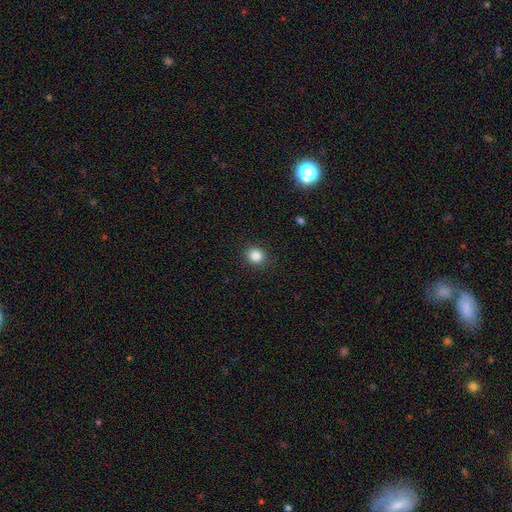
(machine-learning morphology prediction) smooth_or_featured: smooth (p=0.85) [alt: star or artifact p=0.11]
how_rounded: round (p=0.78) [alt: in between p=0.21]
merging: none (p=0.89) [alt: minor disturbance p=0.07]